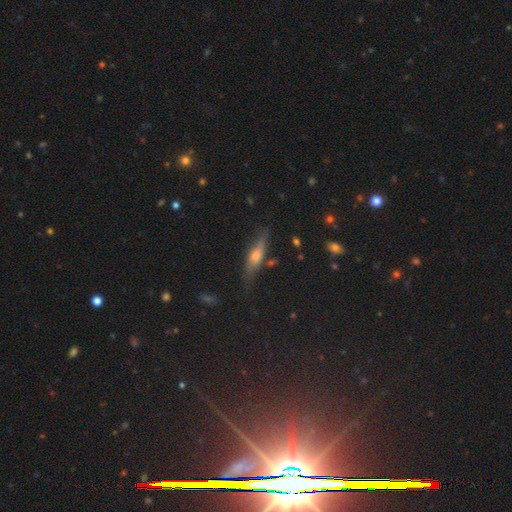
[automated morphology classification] This appears to be a featured or disk galaxy (50%). Merging: none (77%).